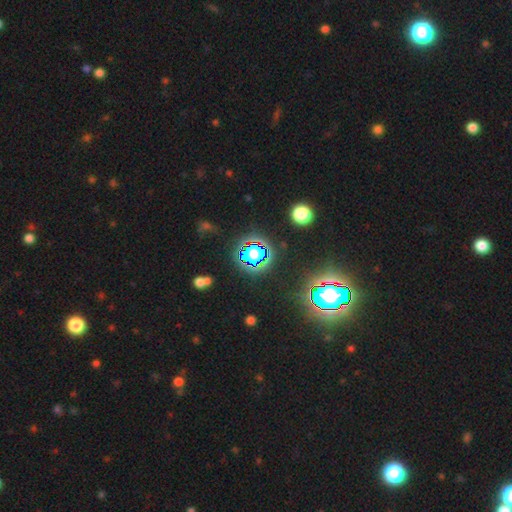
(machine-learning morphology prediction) star or artifact 79%, smooth 13%, featured or disk 7%.